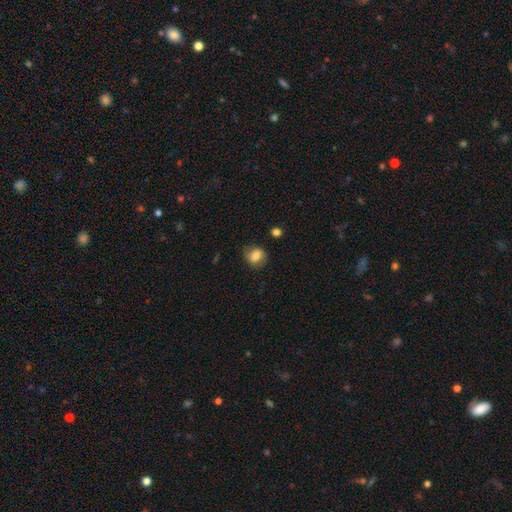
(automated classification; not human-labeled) Smooth or featured? smooth (74%)
How rounded? round (62%)
Merging? none (78%)